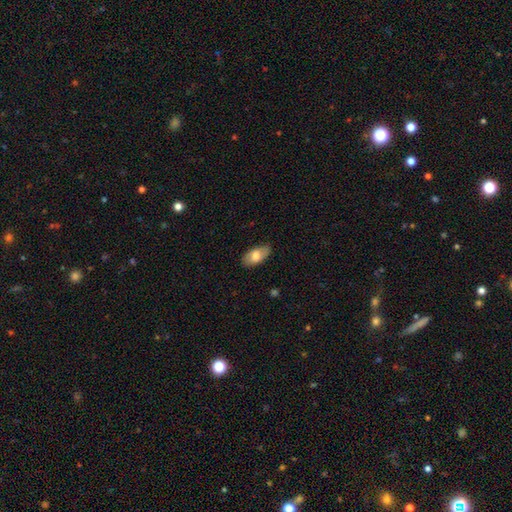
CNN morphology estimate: Smooth or featured: smooth — 72% (featured or disk — 22%)
How rounded: in between — 92% (cigar-shaped — 5%)
Merging: none — 83% (minor disturbance — 13%)